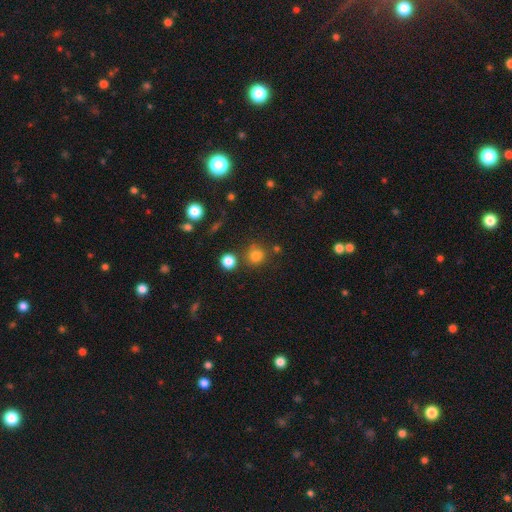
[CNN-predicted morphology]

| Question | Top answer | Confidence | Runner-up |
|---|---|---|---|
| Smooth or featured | smooth | 78% | star or artifact (16%) |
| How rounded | round | 87% | in between (12%) |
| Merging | none | 73% | minor disturbance (12%) |